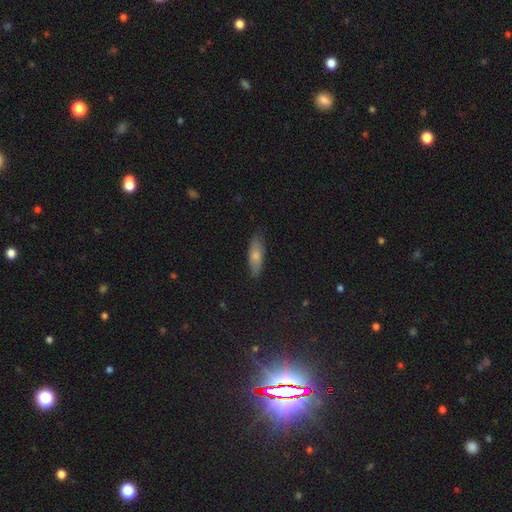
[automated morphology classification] The model was most divided on "how rounded": in between: 62%, cigar-shaped: 35%, round: 2%. More confident: merging — none (76%); smooth or featured — smooth (72%).